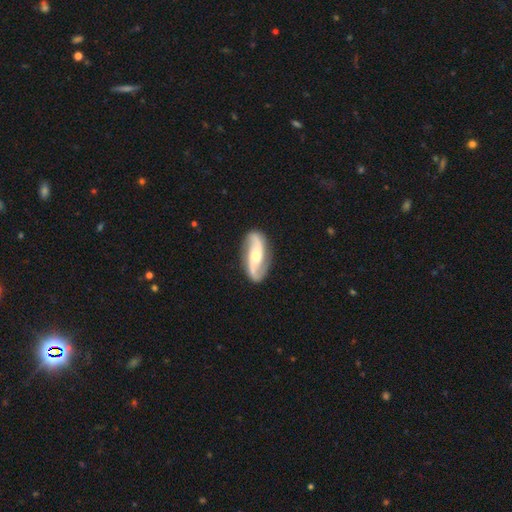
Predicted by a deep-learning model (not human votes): smooth-or-featured: featured or disk: 86% | smooth: 10% | star or artifact: 4%
  disk-edge-on: no: 95% | yes: 5%
    bar: no: 47% | weak: 33% | strong: 20%
    has-spiral-arms: yes: 96% | no: 4%
      spiral-winding: loose: 61% | medium: 29% | tight: 10%
      spiral-arm-count: 2: 94% | can't tell: 2% | 1: 1% | 3: 1% | 4: 1% | more than 4: 1%
    bulge-size: moderate: 58% | small: 32% | large: 6% | none: 2% | dominant: 1%
  merging: none: 85% | minor disturbance: 10% | major disturbance: 3% | merger: 1%